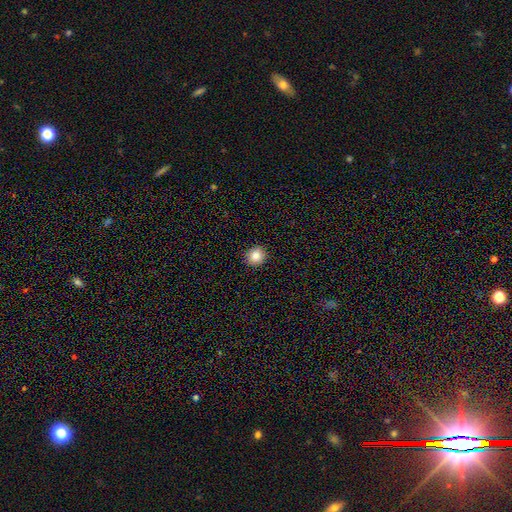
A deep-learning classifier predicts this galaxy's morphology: This is clearly a smooth galaxy (84%). How rounded: clearly round (87%). Merging: clearly none (92%).